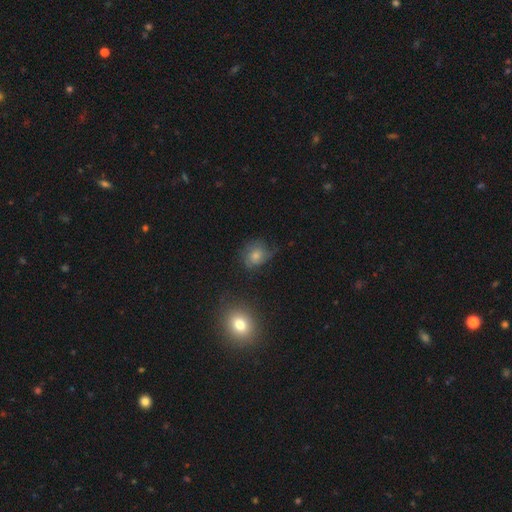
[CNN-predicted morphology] A smooth galaxy with no disk features (57%) that is round (56%). Merging: none (54%).